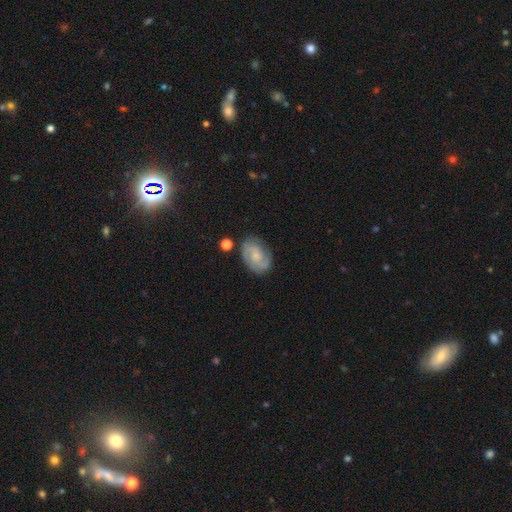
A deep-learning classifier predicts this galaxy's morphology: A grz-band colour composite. It shows a featured or disk galaxy (72%) with no bar (62%), 2 (59%) medium (45%) spiral arms (94%) and a small central bulge (53%). Merging: none (77%).